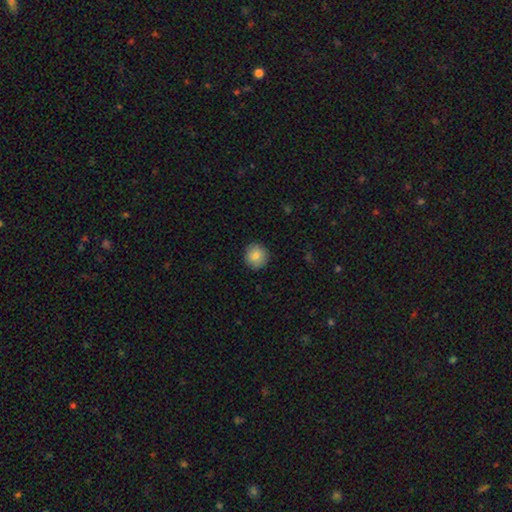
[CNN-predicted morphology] Smooth or featured? Predicted: smooth (p=0.85). How rounded? Predicted: round (p=0.93). Merging? Predicted: none (p=0.90).